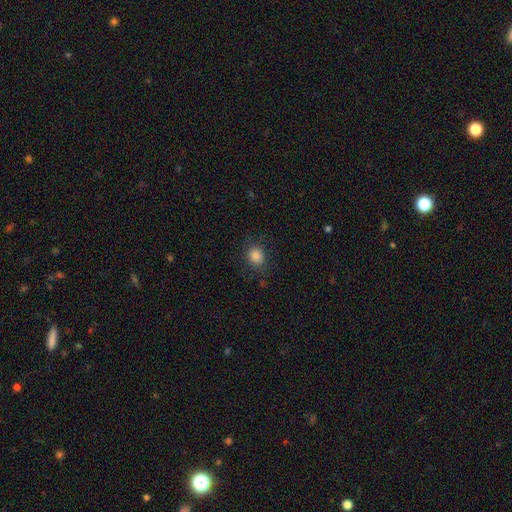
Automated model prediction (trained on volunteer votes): The model was most divided on "how rounded": round: 69%, in between: 30%, cigar-shaped: 1%. More confident: smooth or featured — smooth (85%); merging — none (82%).